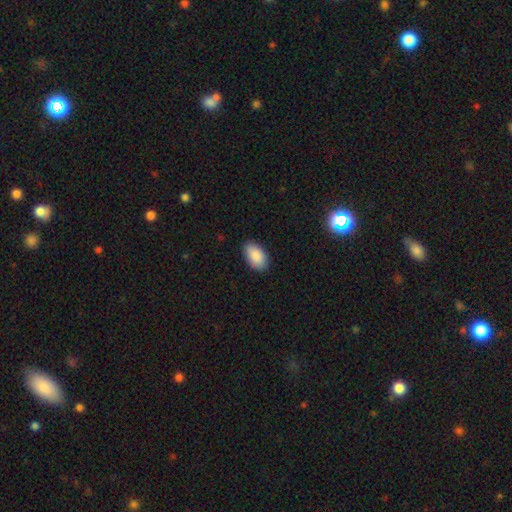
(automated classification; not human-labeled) A smooth galaxy with no disk features (89%) that is in between round and cigar-shaped (94%).

Vote fractions:
- Smooth or featured? smooth: 89% / star or artifact: 6% / featured or disk: 5%
- How rounded? in between: 94% / round: 4% / cigar-shaped: 1%
- Merging? none: 86% / minor disturbance: 11% / major disturbance: 2% / merger: 1%